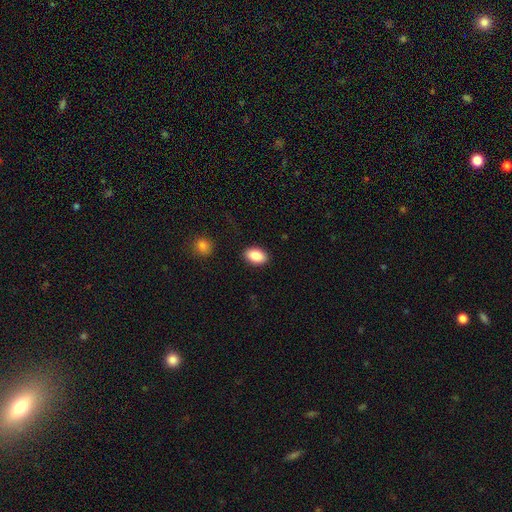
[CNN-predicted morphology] Q: Smooth or featured?
A: smooth (87%); runner-up: star or artifact (7%)
Q: How rounded?
A: in between (90%); runner-up: round (9%)
Q: Merging?
A: none (88%); runner-up: minor disturbance (8%)